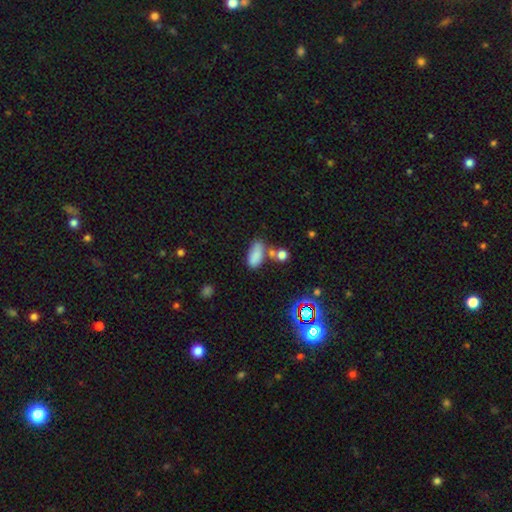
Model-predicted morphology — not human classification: The model was most divided on "merging": none: 53%, minor disturbance: 20%, merger: 19%, major disturbance: 7%. More confident: how rounded — in between (87%); smooth or featured — smooth (80%).